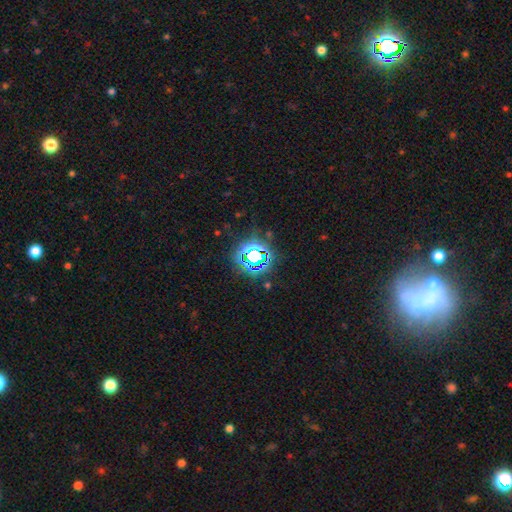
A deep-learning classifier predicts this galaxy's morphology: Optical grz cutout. It shows a star or artifact, not a galaxy (73%).